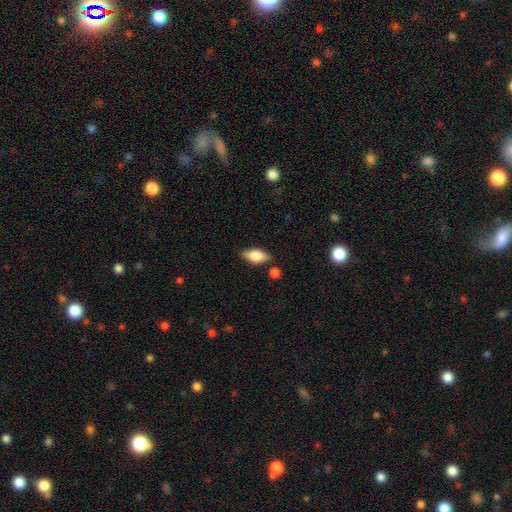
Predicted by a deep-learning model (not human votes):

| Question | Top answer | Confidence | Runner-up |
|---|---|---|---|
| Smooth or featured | smooth | 72% | featured or disk (21%) |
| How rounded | in between | 86% | cigar-shaped (11%) |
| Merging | none | 80% | minor disturbance (13%) |